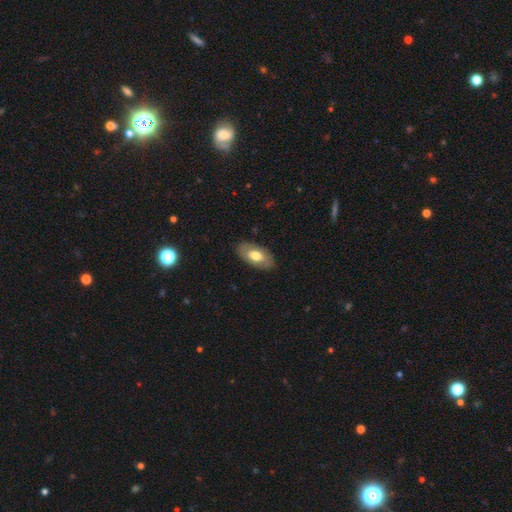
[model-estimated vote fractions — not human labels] Overall: smooth (62%; featured or disk 32%). How rounded: in between (93%). Merging: none (85%).